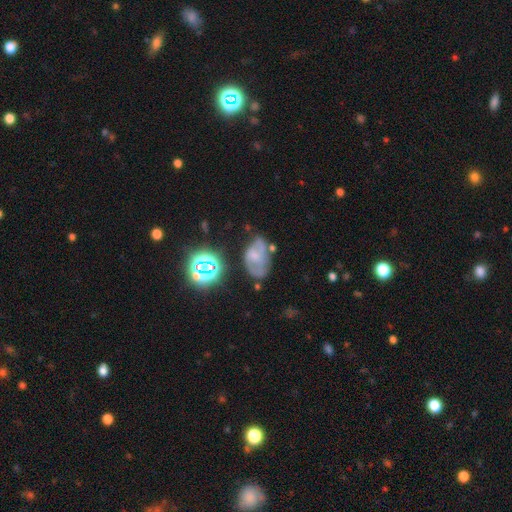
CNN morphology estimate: Smooth or featured? featured or disk (51%)
Edge-on disk? no (96%)
Merging? none (49%)